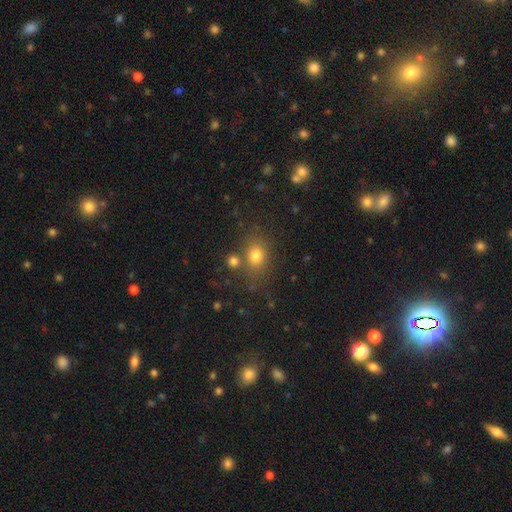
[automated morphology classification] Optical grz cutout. It shows a smooth galaxy with no disk features (77%) that is round (53%). Merging: none (68%).